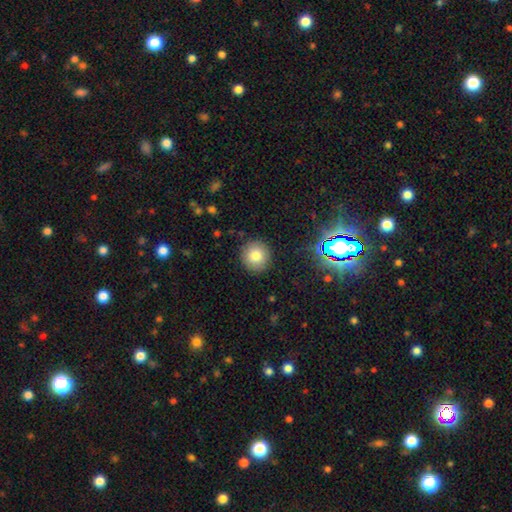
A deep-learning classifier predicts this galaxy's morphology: A smooth galaxy with no disk features (79%) that is round (93%).

Vote fractions:
- Smooth or featured? smooth: 79% / star or artifact: 13% / featured or disk: 9%
- How rounded? round: 93% / in between: 6% / cigar-shaped: 1%
- Merging? none: 90% / minor disturbance: 7% / major disturbance: 2% / merger: 1%